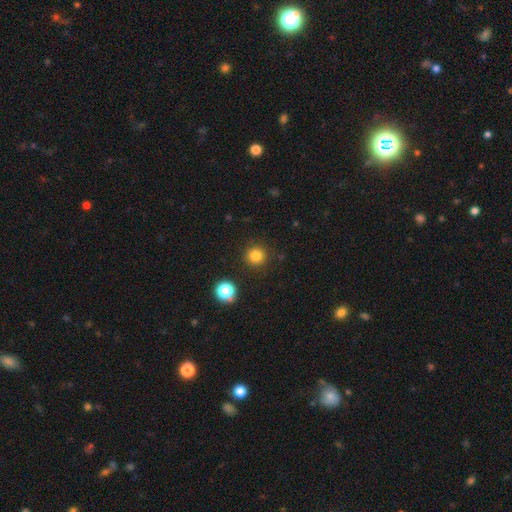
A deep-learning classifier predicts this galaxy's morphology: The model was most divided on "smooth or featured": smooth: 82%, star or artifact: 13%, featured or disk: 5%. More confident: how rounded — round (95%); merging — none (90%).